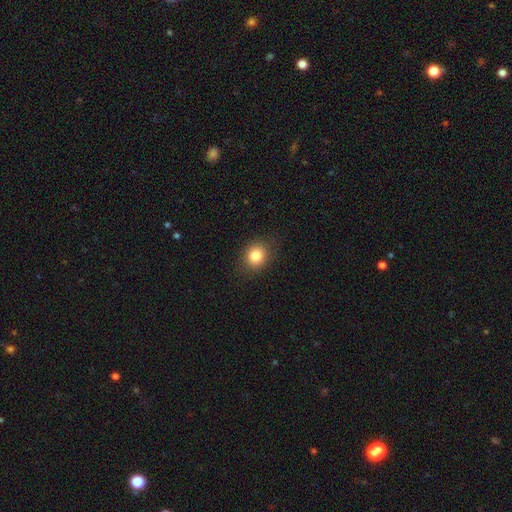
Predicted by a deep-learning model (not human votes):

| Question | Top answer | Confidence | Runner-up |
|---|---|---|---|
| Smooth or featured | smooth | 83% | star or artifact (10%) |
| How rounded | round | 72% | in between (27%) |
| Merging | none | 86% | minor disturbance (10%) |